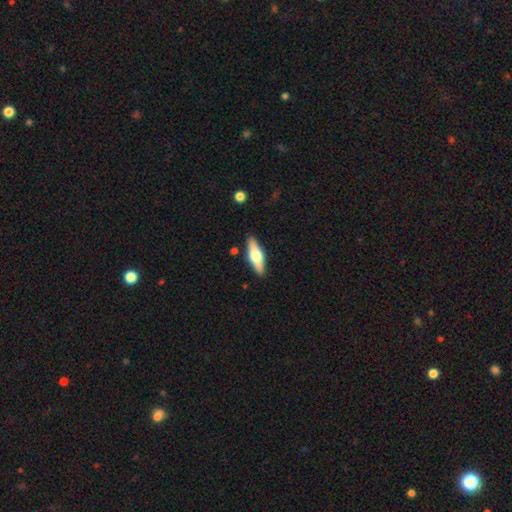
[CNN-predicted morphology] Smooth or featured? smooth (48%)
Merging? none (87%)